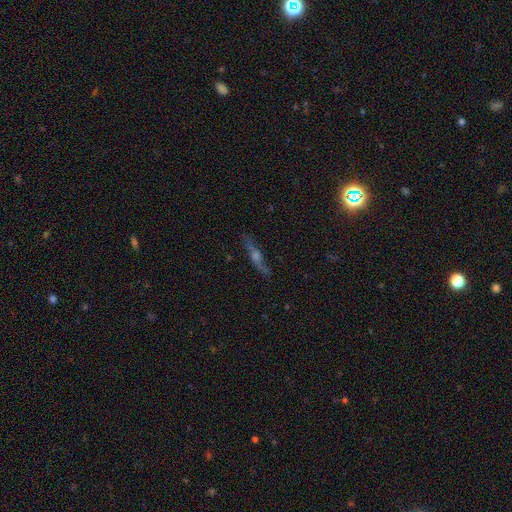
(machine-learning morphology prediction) This appears to be a featured or disk galaxy (69%) viewed edge-on (86%) with a rounded central bulge (86%). Merging: none (82%).